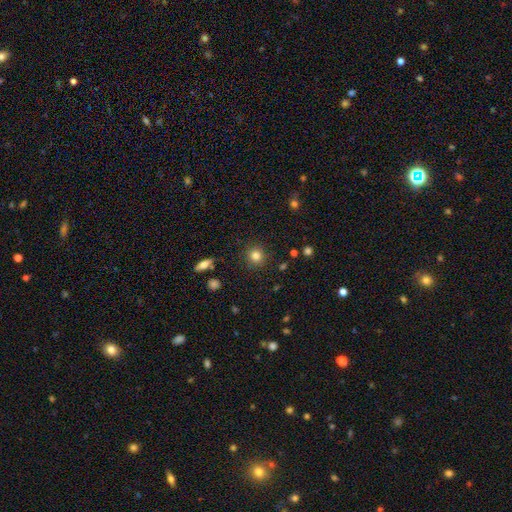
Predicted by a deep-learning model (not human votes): This is clearly a smooth galaxy (82%). How rounded: clearly round (91%). Merging: clearly none (89%).